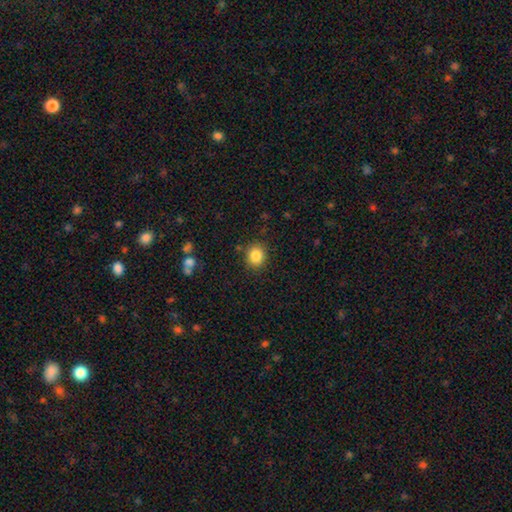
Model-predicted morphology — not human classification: Smooth or featured? smooth (85%)
How rounded? round (74%)
Merging? none (86%)